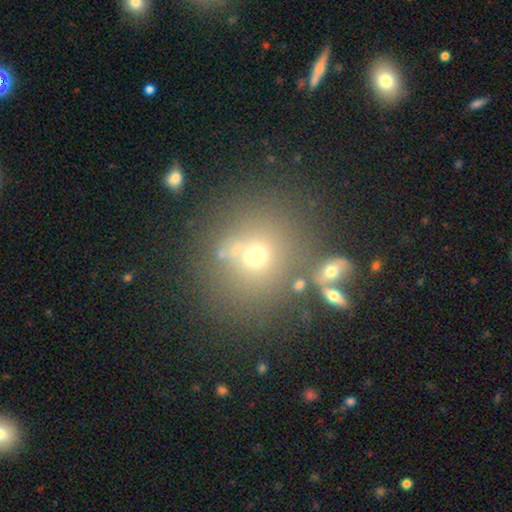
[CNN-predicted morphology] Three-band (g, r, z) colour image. It shows a smooth galaxy with no disk features (59%) that is round (85%). Merging: none (68%).